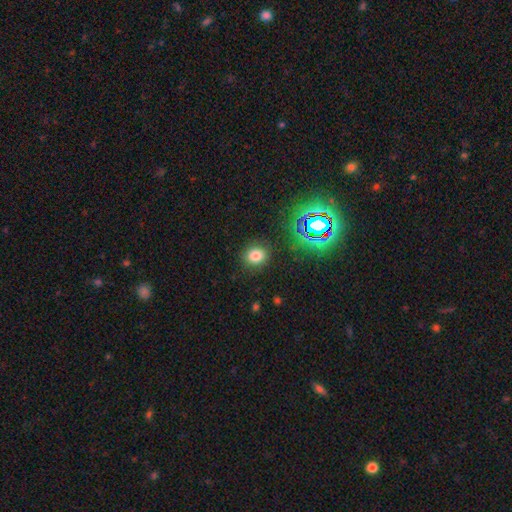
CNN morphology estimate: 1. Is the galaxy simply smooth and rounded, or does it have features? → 75% smooth, 18% star or artifact, 7% featured or disk.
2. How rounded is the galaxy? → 69% round, 30% in between, 1% cigar-shaped.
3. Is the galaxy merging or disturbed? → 87% none, 8% minor disturbance, 3% major disturbance, 1% merger.